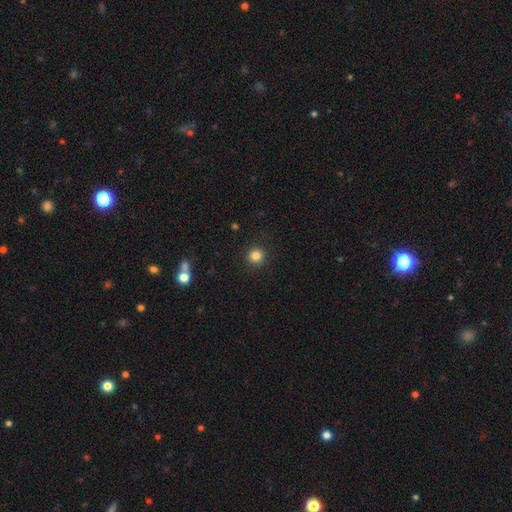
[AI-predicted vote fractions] This is clearly a smooth galaxy (83%). How rounded: clearly round (95%). Merging: clearly none (92%).